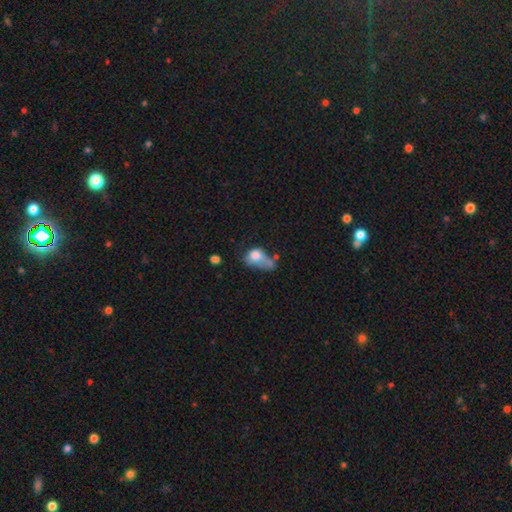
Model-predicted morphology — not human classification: This appears to be a smooth galaxy with no disk features (67%) that is in between round and cigar-shaped (67%). Merging: major disturbance (40%).